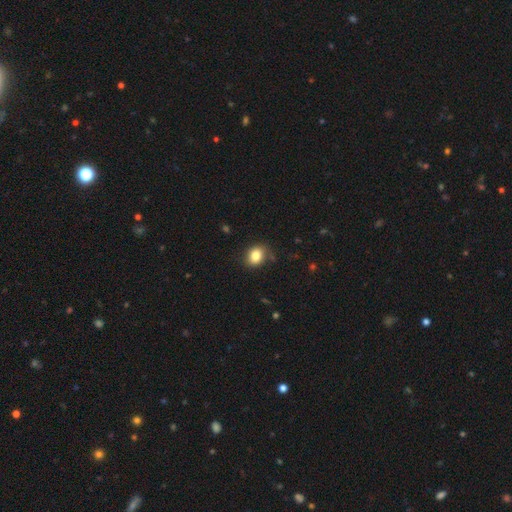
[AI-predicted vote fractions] Smooth or featured: smooth — 84% (star or artifact — 10%)
How rounded: in between — 51% (round — 48%)
Merging: none — 80% (minor disturbance — 14%)